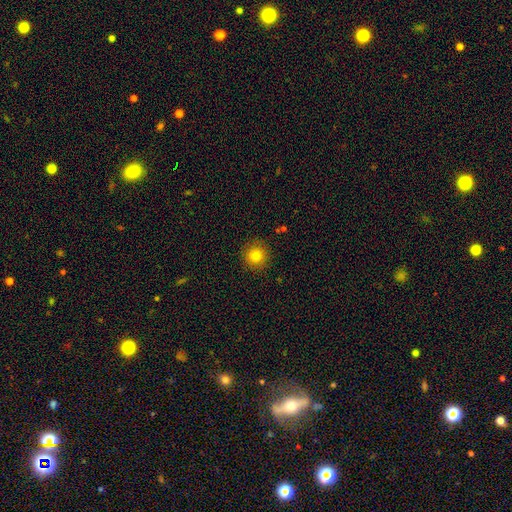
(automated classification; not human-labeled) The model was most divided on "smooth or featured": smooth: 81%, star or artifact: 12%, featured or disk: 7%. More confident: how rounded — round (95%); merging — none (91%).